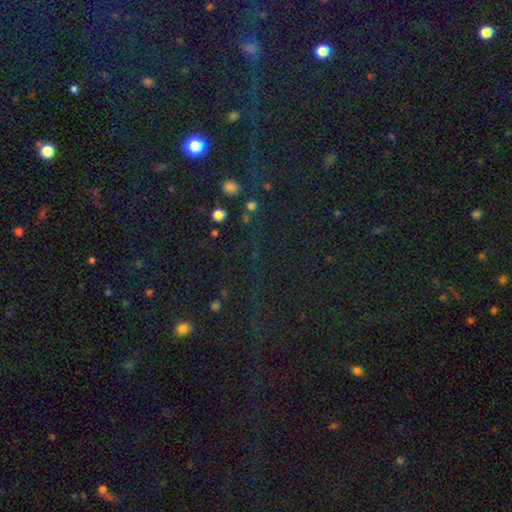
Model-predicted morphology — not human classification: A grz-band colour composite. It shows a star or artifact, not a galaxy (77%).